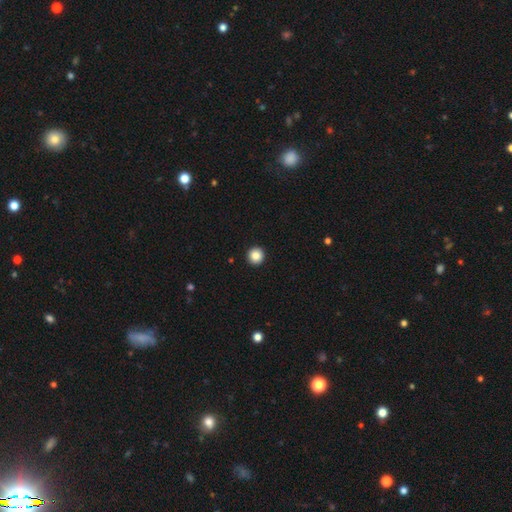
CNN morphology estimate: Smooth or featured? smooth (86%)
How rounded? round (96%)
Merging? none (94%)